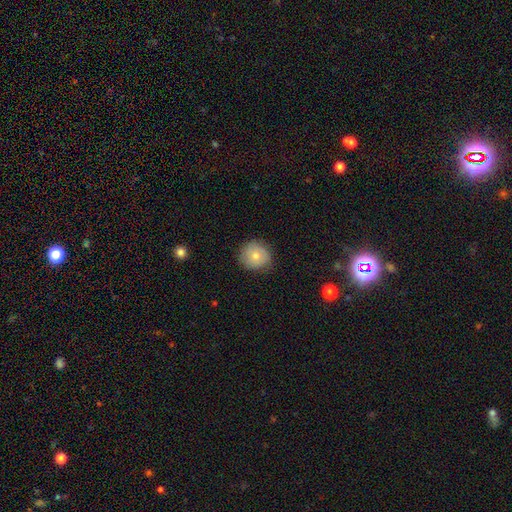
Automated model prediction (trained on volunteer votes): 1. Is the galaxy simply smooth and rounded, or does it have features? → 76% smooth, 16% featured or disk, 8% star or artifact.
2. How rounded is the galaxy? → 88% round, 11% in between, 1% cigar-shaped.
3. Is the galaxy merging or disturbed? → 80% none, 15% minor disturbance, 3% major disturbance, 1% merger.